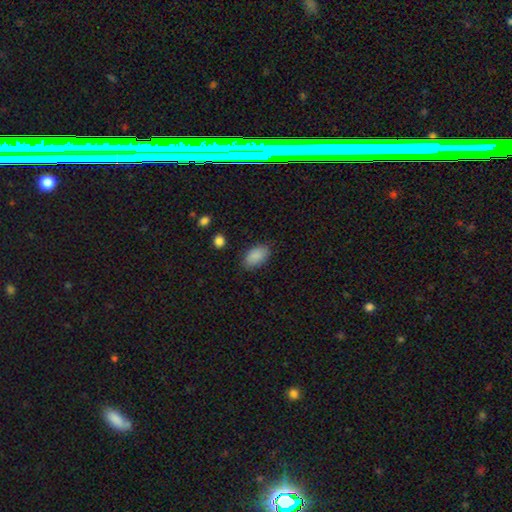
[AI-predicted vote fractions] Smooth or featured? smooth (89%)
How rounded? in between (93%)
Merging? none (83%)